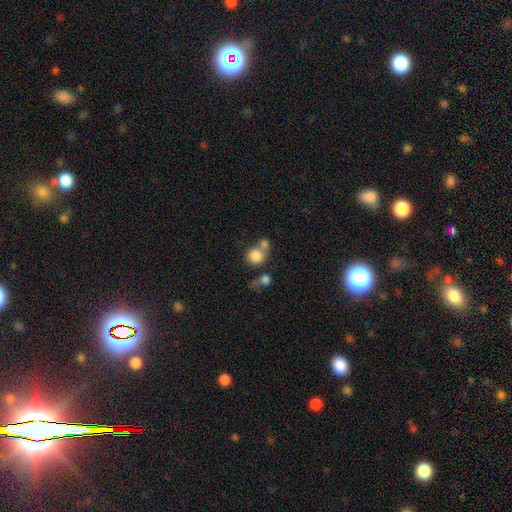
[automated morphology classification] The model was most divided on "merging": merger: 43%, none: 41%, minor disturbance: 10%, major disturbance: 7%. More confident: how rounded — round (82%); smooth or featured — smooth (81%).